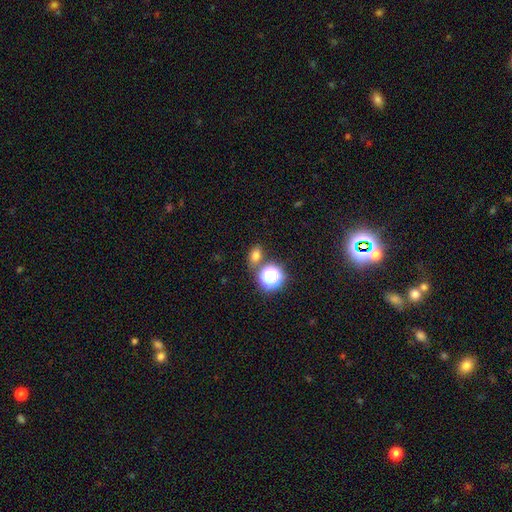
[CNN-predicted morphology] type=smooth (72%); roundness=in between (64%); merging=none (74%).